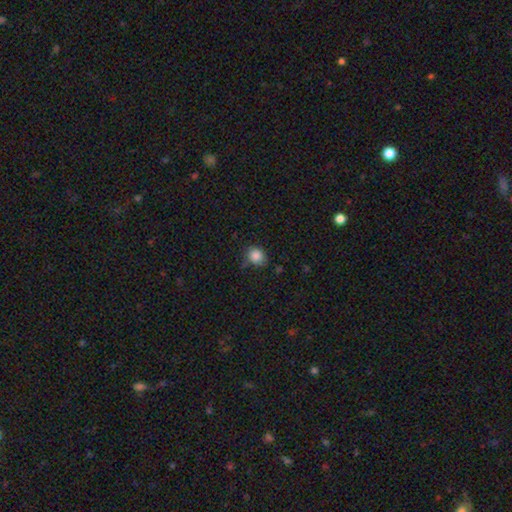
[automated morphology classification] smooth-or-featured: smooth: 86% | star or artifact: 10% | featured or disk: 4%
  how-rounded: round: 69% | in between: 30% | cigar-shaped: 1%
  merging: none: 71% | minor disturbance: 21% | major disturbance: 4% | merger: 4%